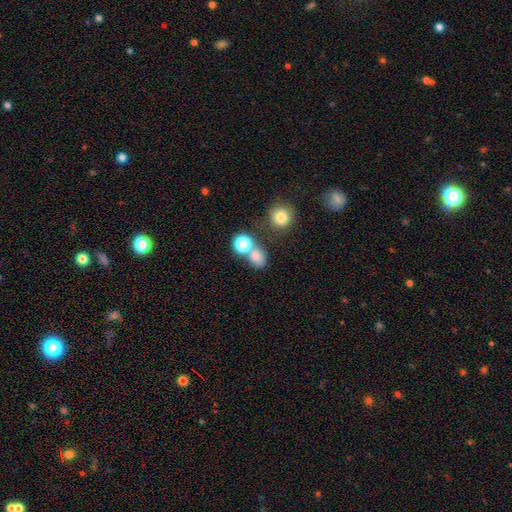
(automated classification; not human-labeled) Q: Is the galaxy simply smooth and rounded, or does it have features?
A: smooth — 75%.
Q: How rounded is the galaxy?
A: round — 58%.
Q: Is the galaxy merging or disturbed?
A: none — 50%.